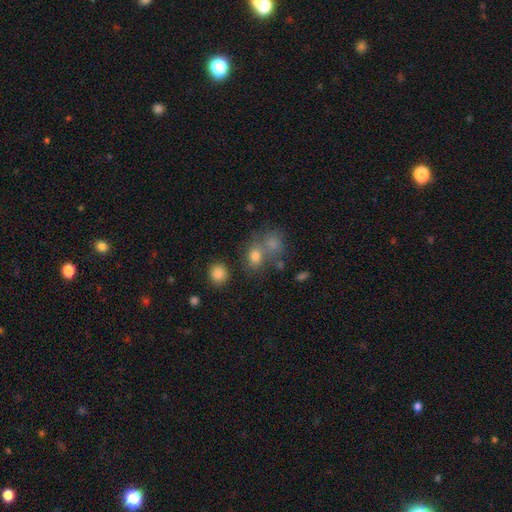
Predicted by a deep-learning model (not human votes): Smooth or featured?
  - smooth: 70% *
  - star or artifact: 17%
  - featured or disk: 12%
How rounded?
  - round: 58% *
  - in between: 40%
  - cigar-shaped: 1%
Merging?
  - none: 44% *
  - merger: 40%
  - minor disturbance: 10%
  - major disturbance: 5%